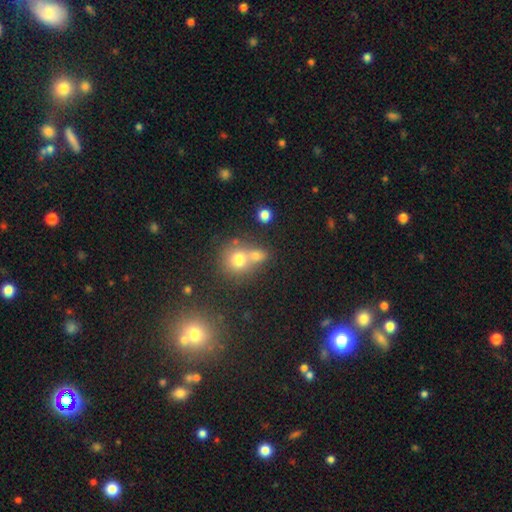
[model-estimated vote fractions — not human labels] Smooth or featured: smooth — 71% (star or artifact — 15%)
How rounded: round — 73% (in between — 26%)
Merging: merger — 51% (none — 37%)